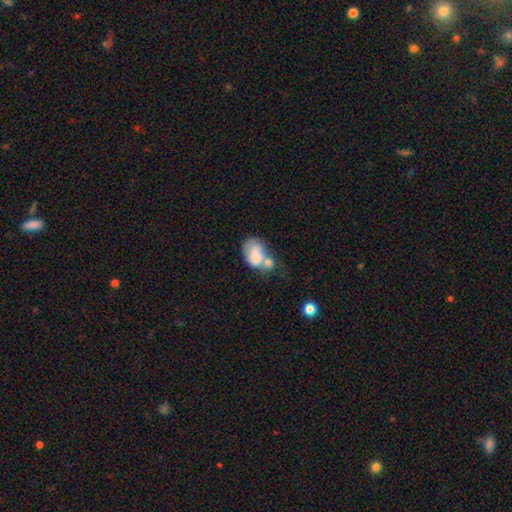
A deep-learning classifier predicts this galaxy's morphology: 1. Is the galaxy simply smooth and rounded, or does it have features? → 71% smooth, 21% featured or disk, 8% star or artifact.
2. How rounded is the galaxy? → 83% in between, 16% round, 1% cigar-shaped.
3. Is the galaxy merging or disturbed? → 54% merger, 17% none, 14% major disturbance, 14% minor disturbance.